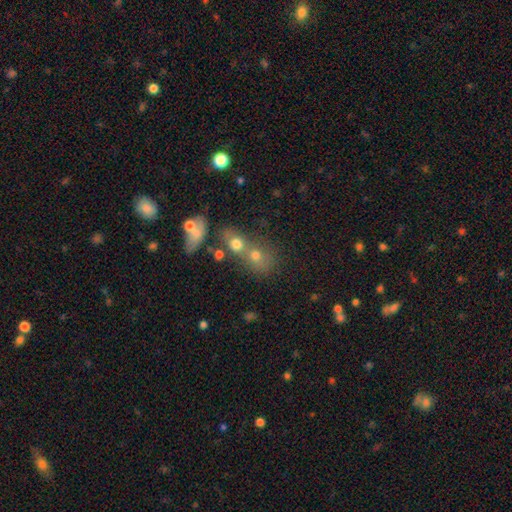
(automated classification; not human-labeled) Q: Smooth or featured?
A: smooth (67%); runner-up: featured or disk (18%)
Q: How rounded?
A: round (63%); runner-up: in between (35%)
Q: Merging?
A: merger (60%); runner-up: none (28%)